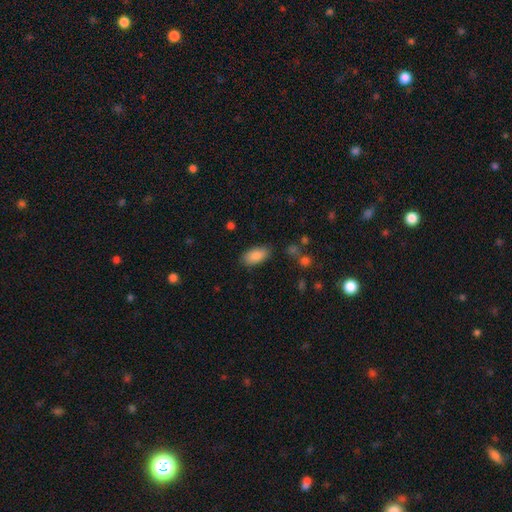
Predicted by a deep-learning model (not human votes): A smooth galaxy with no disk features (86%) that is in between round and cigar-shaped (92%). Merging: none (83%).